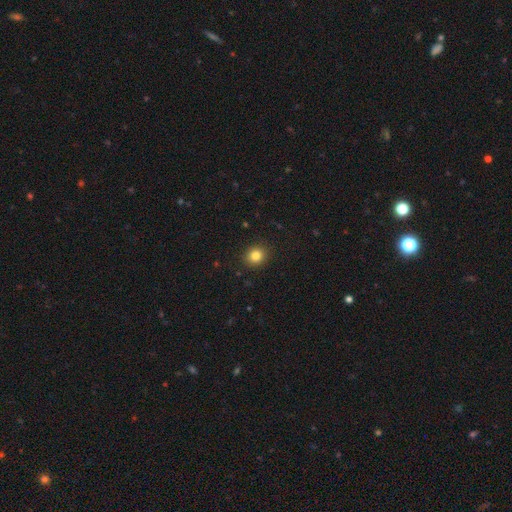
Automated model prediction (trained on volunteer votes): smooth_or_featured: smooth (p=0.82) [alt: star or artifact p=0.11]
how_rounded: round (p=0.81) [alt: in between p=0.18]
merging: none (p=0.91) [alt: minor disturbance p=0.06]